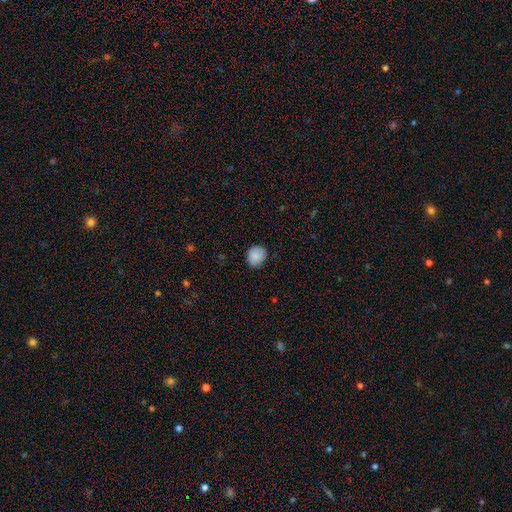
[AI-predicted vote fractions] smooth-or-featured: smooth: 86% | star or artifact: 8% | featured or disk: 6%
  how-rounded: round: 72% | in between: 27% | cigar-shaped: 1%
  merging: none: 76% | minor disturbance: 20% | major disturbance: 3% | merger: 1%